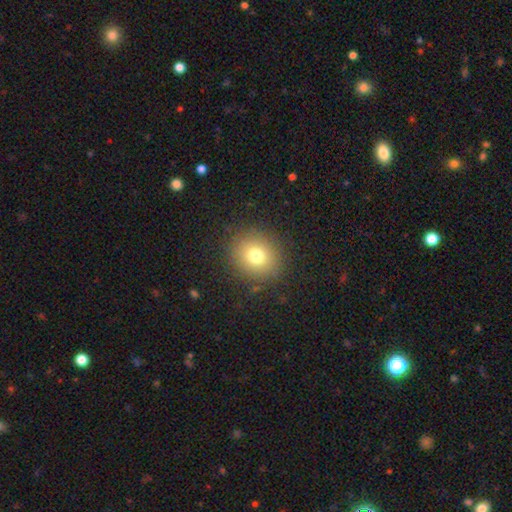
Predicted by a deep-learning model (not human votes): A smooth galaxy with no disk features (74%) that is round (81%). Merging: none (88%).